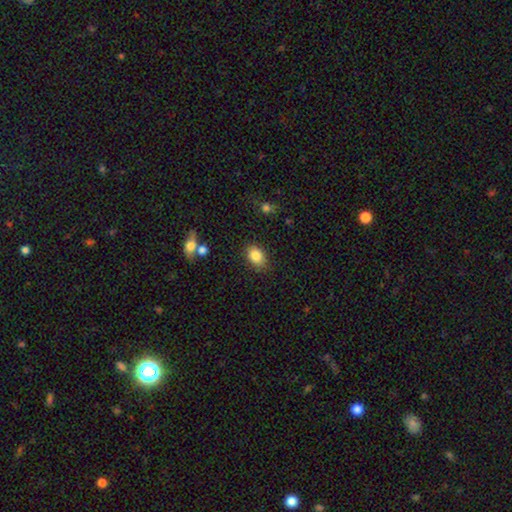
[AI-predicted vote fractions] A smooth galaxy with no disk features (85%) that is in between round and cigar-shaped (75%). Merging: none (81%).